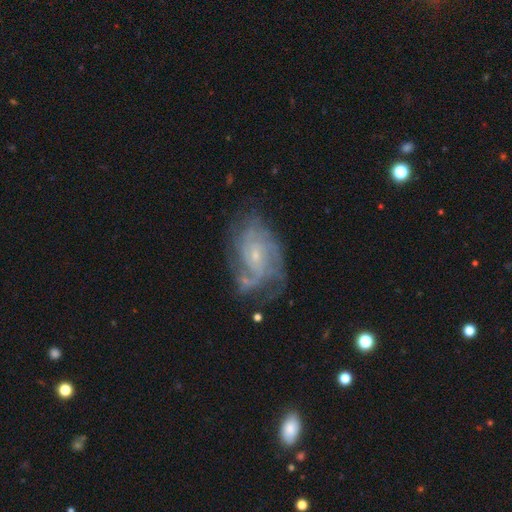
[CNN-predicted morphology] Smooth or featured?
  - featured or disk: 82% *
  - smooth: 10%
  - star or artifact: 7%
Edge-on disk?
  - no: 97% *
  - yes: 3%
Bar?
  - no: 67% *
  - weak: 28%
  - strong: 5%
Spiral arms?
  - yes: 93% *
  - no: 7%
Spiral winding?
  - tight: 47% *
  - medium: 39%
  - loose: 14%
Spiral arm count?
  - can't tell: 35% *
  - 3: 21%
  - 2: 18%
  - 4: 14%
  - more than 4: 6%
  - 1: 6%
Bulge size?
  - small: 79% *
  - moderate: 16%
  - none: 3%
  - large: 1%
  - dominant: 1%
Merging?
  - none: 60% *
  - minor disturbance: 22%
  - major disturbance: 14%
  - merger: 4%